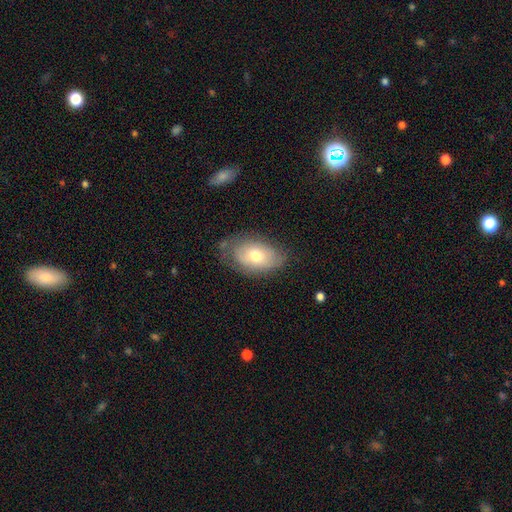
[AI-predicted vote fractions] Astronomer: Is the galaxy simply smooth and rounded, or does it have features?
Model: smooth — 64%.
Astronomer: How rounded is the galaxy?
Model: in between — 90%.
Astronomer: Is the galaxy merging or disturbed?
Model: none — 63%.